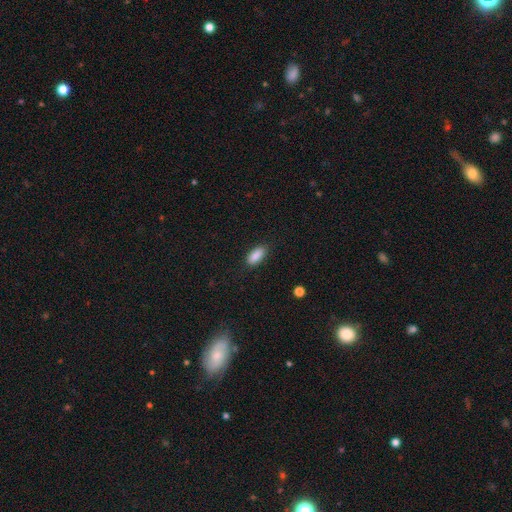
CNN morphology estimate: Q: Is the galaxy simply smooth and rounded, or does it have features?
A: smooth — 89%.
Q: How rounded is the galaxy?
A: in between — 84%.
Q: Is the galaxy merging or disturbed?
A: none — 84%.